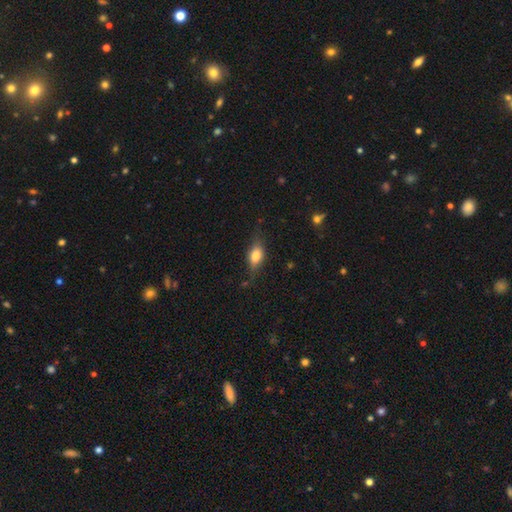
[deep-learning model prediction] The model was most divided on "smooth or featured": smooth: 69%, featured or disk: 23%, star or artifact: 8%. More confident: how rounded — in between (78%); merging — none (69%).